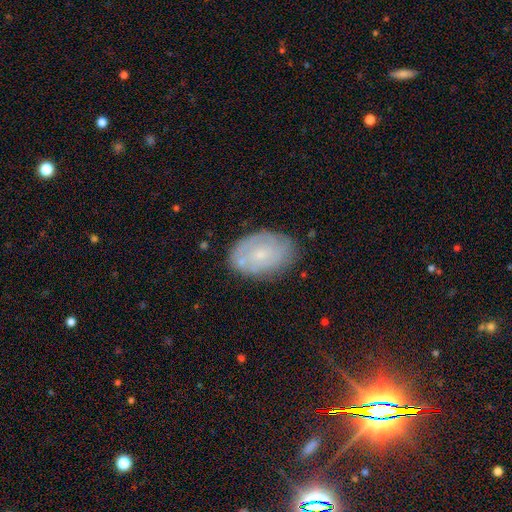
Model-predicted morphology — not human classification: Smooth or featured: featured or disk — 44% (smooth — 40%)
Merging: none — 79% (minor disturbance — 16%)